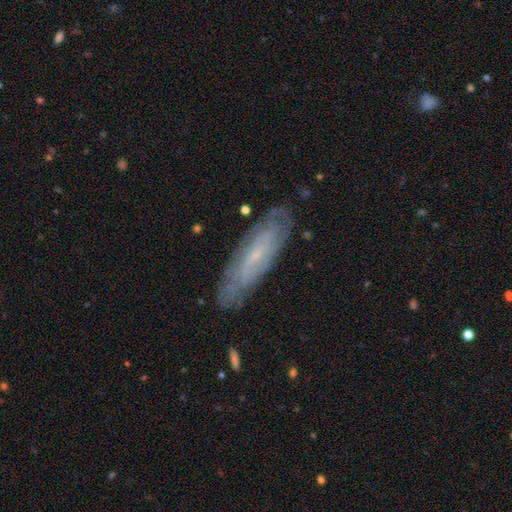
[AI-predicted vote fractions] featured or disk 67%, smooth 24%, star or artifact 9%. Down the decision tree: edge-on disk — no (71%); merging — none (81%).